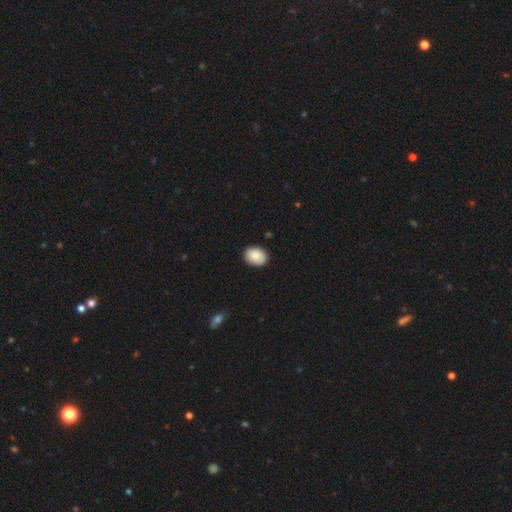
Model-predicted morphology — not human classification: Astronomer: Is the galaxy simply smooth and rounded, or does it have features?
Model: smooth — 89%.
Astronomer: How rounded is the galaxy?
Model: in between — 63%.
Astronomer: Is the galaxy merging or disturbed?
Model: none — 89%.